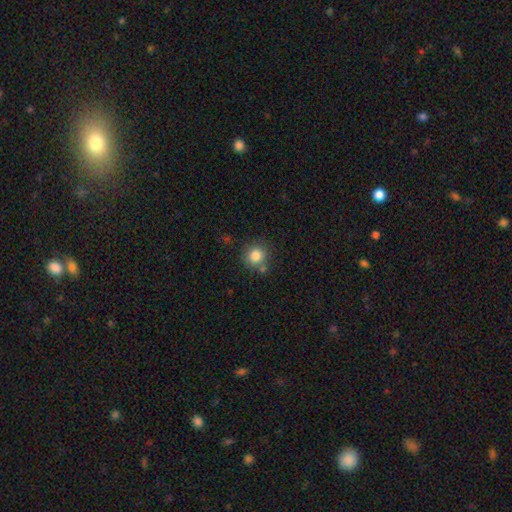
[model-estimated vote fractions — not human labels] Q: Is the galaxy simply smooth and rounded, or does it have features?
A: smooth — 83%.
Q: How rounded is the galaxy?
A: round — 90%.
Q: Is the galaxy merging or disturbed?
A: none — 72%.